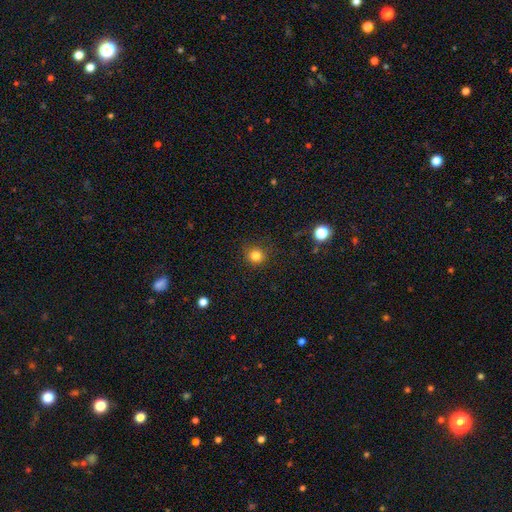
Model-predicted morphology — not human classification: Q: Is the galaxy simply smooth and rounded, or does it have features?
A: smooth — 82%.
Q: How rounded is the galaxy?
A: round — 90%.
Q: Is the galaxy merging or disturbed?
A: none — 85%.